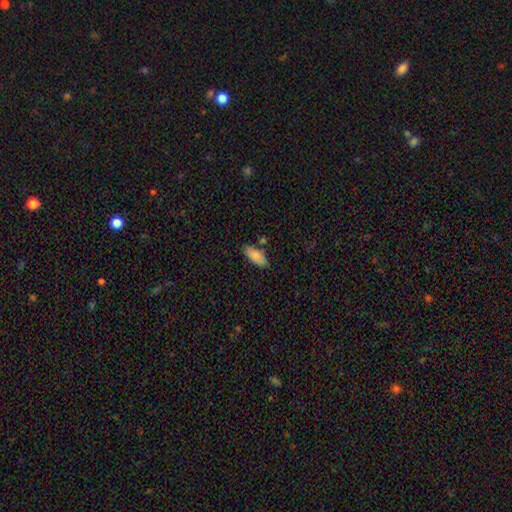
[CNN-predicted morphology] smooth 86%, featured or disk 8%, star or artifact 6%. Down the decision tree: how rounded — in between (86%); merging — none (78%).